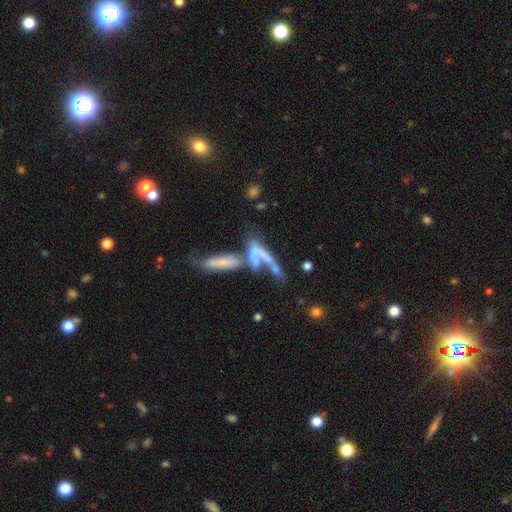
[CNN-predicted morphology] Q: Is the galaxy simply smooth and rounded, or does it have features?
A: smooth — 44%, tied with featured or disk.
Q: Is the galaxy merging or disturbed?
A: merger — 60%.